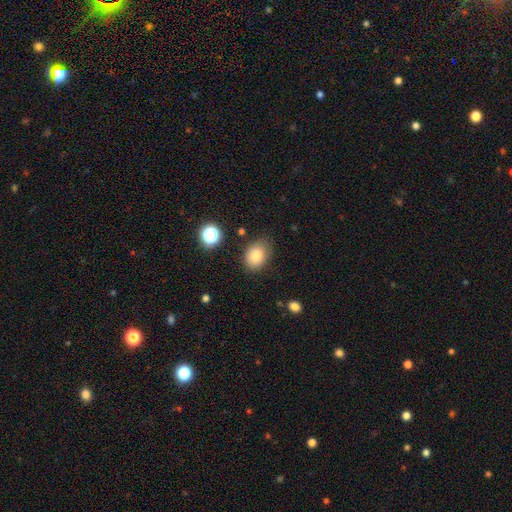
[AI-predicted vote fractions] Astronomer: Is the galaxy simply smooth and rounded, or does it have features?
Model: smooth — 83%.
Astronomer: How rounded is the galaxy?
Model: in between — 72%.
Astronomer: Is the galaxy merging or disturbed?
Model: none — 74%.